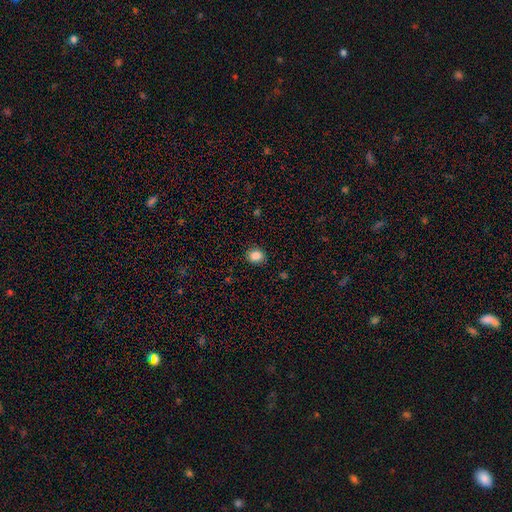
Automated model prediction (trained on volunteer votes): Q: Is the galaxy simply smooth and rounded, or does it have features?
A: smooth — 86%.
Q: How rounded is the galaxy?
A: round — 68%.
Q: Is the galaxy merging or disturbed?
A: none — 89%.